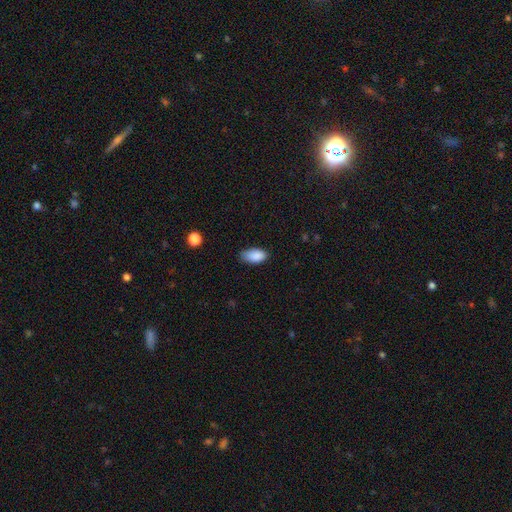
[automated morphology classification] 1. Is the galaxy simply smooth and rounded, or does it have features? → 88% smooth, 7% star or artifact, 5% featured or disk.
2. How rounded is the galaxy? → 94% in between, 3% round, 3% cigar-shaped.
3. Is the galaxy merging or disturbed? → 68% none, 26% minor disturbance, 4% major disturbance, 1% merger.